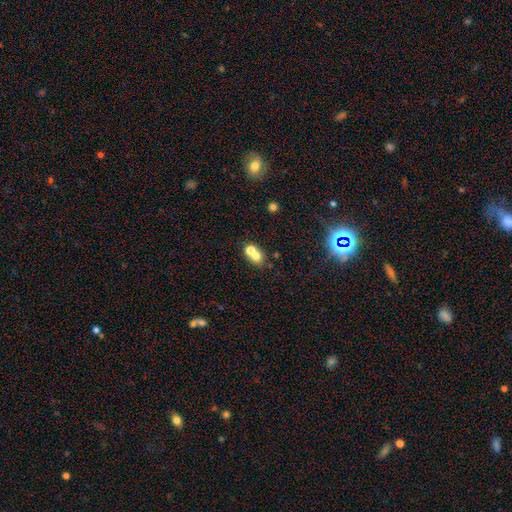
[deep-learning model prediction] This appears to be a smooth galaxy with no disk features (69%) that is round (69%). Merging: merger (56%).